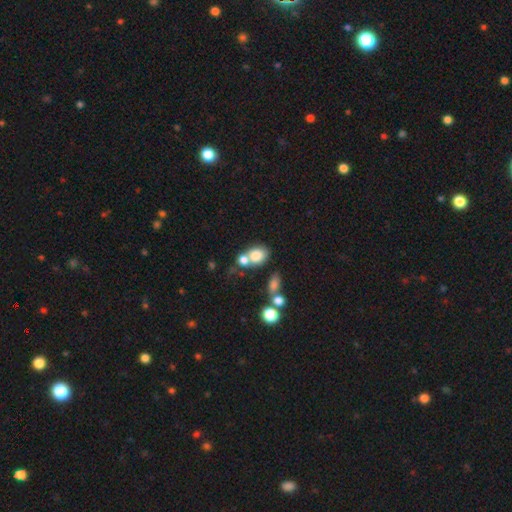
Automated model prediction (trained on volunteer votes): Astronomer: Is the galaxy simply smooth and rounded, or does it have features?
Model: smooth — 77%.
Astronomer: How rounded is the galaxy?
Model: in between — 50% (runner-up: round, 48%).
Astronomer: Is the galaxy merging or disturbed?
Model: merger — 47% (runner-up: none, 36%).